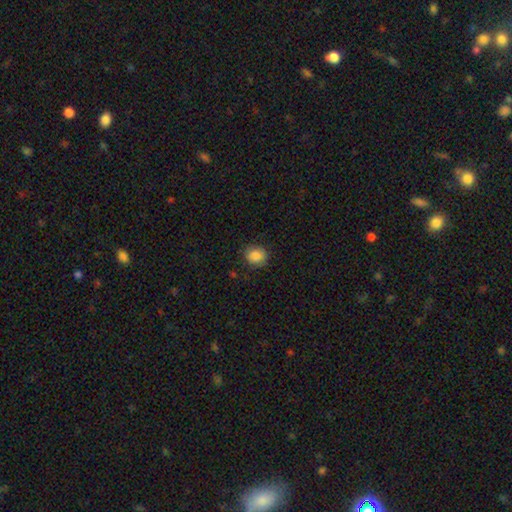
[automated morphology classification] The model was most divided on "how rounded": round: 75%, in between: 24%, cigar-shaped: 1%. More confident: smooth or featured — smooth (86%); merging — none (84%).